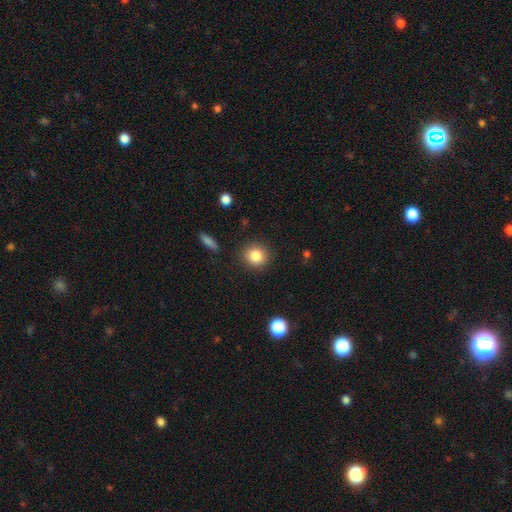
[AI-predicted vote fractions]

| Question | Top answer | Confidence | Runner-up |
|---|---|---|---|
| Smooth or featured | smooth | 84% | star or artifact (10%) |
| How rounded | round | 87% | in between (12%) |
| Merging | none | 89% | minor disturbance (7%) |